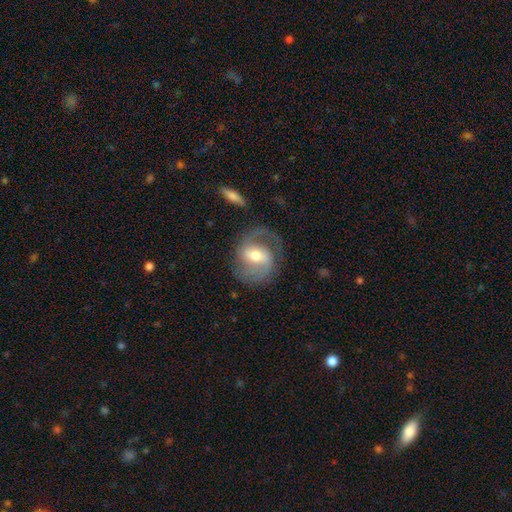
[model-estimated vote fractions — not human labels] featured or disk 82%, smooth 12%, star or artifact 5%. Down the decision tree: edge-on disk — no (97%); bar — weak (50%); spiral arms — yes (94%); spiral arm count — 2 (86%); spiral winding — medium (54%); bulge size — moderate (65%); merging — none (73%).